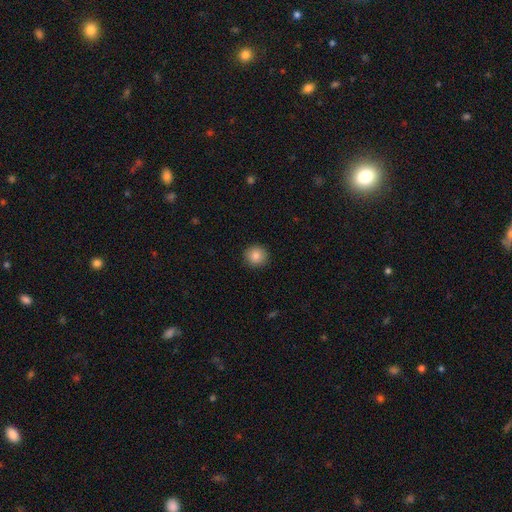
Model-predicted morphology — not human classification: Smooth or featured? smooth (84%)
How rounded? round (93%)
Merging? none (91%)